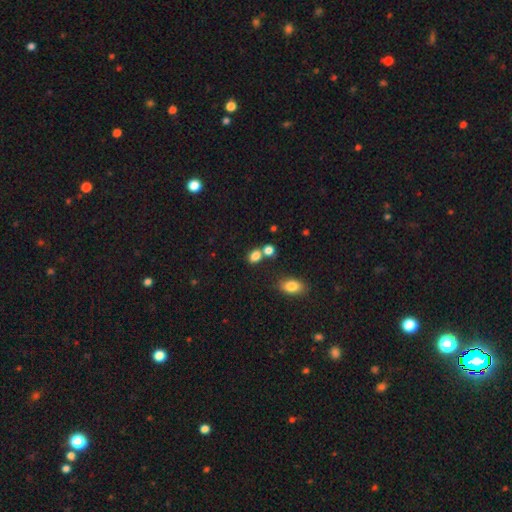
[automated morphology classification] Smooth or featured: smooth — 81% (star or artifact — 12%)
How rounded: in between — 67% (round — 31%)
Merging: none — 54% (merger — 30%)